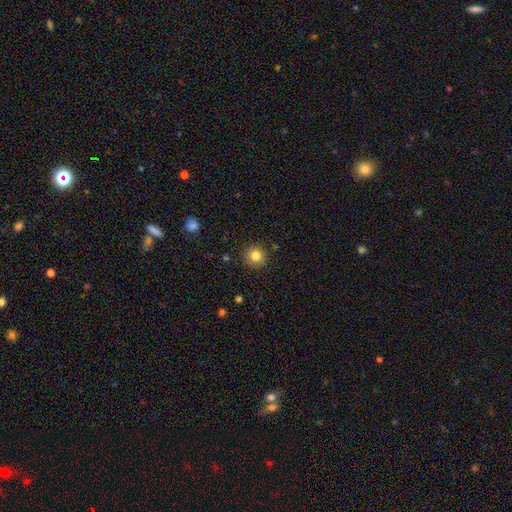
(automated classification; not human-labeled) Morphology: type=smooth (83%); roundness=round (93%); merging=none (90%).